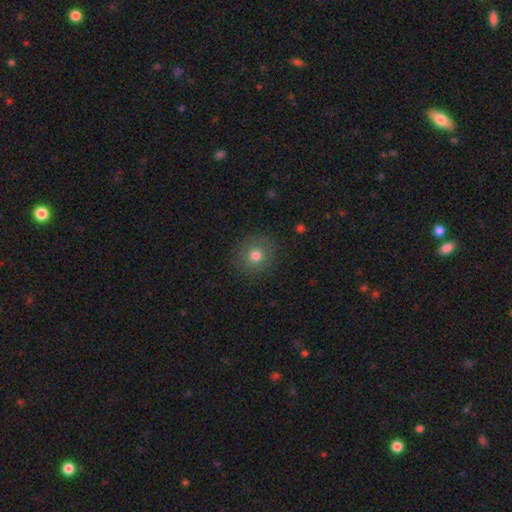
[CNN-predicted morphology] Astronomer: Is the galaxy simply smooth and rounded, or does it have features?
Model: smooth — 75%.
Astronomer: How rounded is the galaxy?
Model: round — 87%.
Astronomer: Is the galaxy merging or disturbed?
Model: none — 86%.